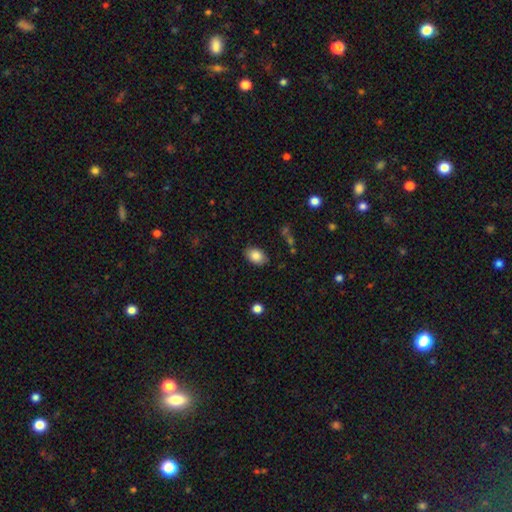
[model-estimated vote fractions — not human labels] Q: Smooth or featured?
A: smooth (86%); runner-up: star or artifact (8%)
Q: How rounded?
A: in between (84%); runner-up: round (15%)
Q: Merging?
A: none (84%); runner-up: minor disturbance (12%)